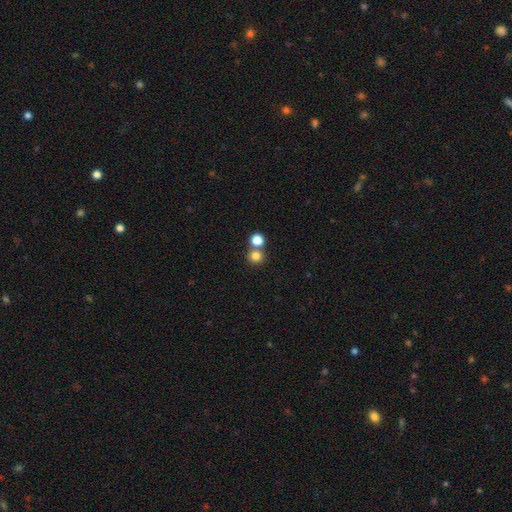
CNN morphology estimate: This is clearly a smooth galaxy (80%). How rounded: clearly round (90%). Merging: likely none (60%).